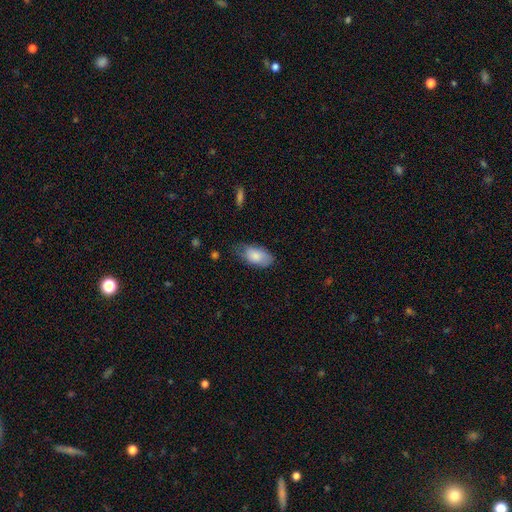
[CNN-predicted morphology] smooth-or-featured: smooth: 81% | featured or disk: 12% | star or artifact: 6%
  how-rounded: in between: 93% | round: 4% | cigar-shaped: 3%
  merging: none: 55% | minor disturbance: 35% | major disturbance: 9% | merger: 2%